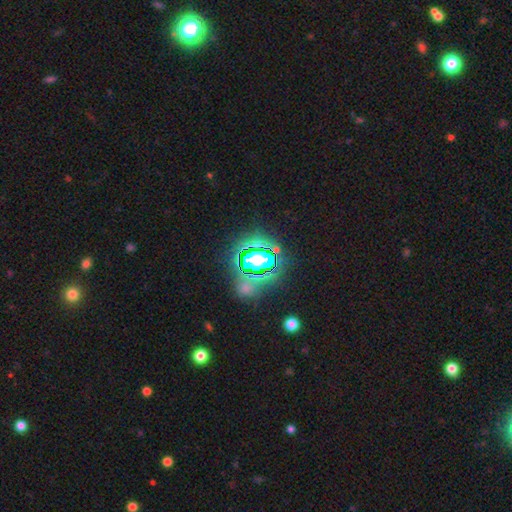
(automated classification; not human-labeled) smooth_or_featured: star or artifact (p=0.82) [alt: smooth p=0.12]